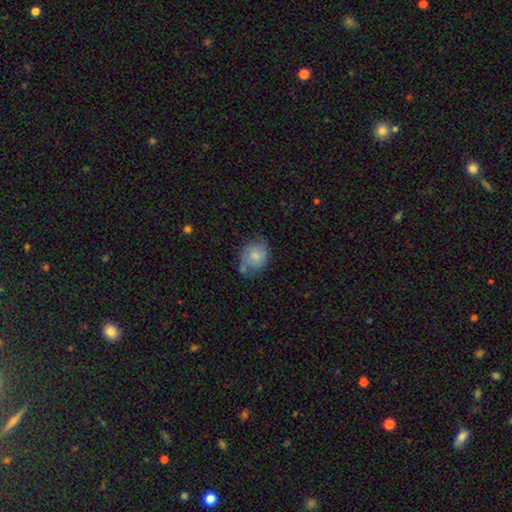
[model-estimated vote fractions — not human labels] A smooth galaxy with no disk features (70%) that is round (56%). Merging: none (52%).